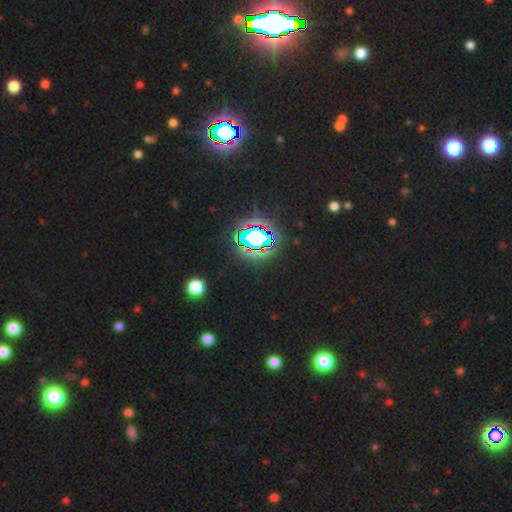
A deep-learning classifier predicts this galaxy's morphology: smooth_or_featured: star or artifact (p=0.83) [alt: smooth p=0.10]